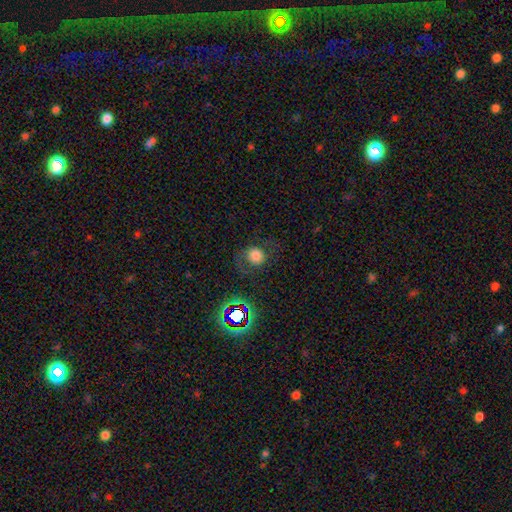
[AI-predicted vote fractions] Morphology: type=smooth (60%); roundness=round (82%); merging=none (66%).